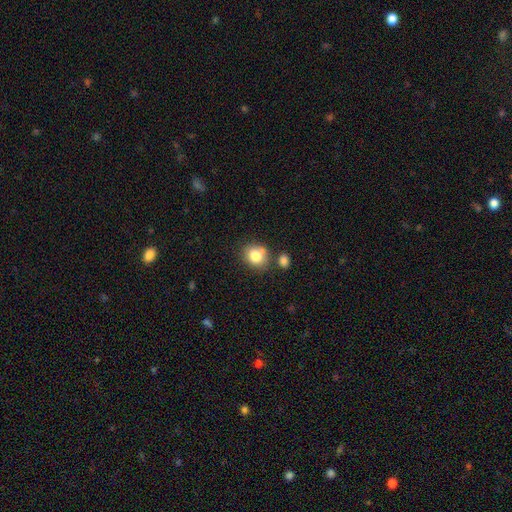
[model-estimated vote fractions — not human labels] Smooth or featured: smooth — 81% (star or artifact — 10%)
How rounded: round — 71% (in between — 28%)
Merging: none — 67% (merger — 14%)